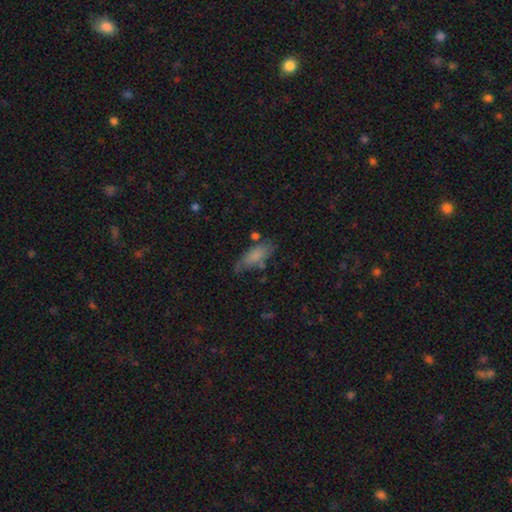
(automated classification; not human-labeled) A smooth galaxy with no disk features (74%) that is in between round and cigar-shaped (76%).

Vote fractions:
- Smooth or featured? smooth: 74% / featured or disk: 19% / star or artifact: 8%
- How rounded? in between: 76% / cigar-shaped: 21% / round: 2%
- Merging? none: 57% / minor disturbance: 27% / major disturbance: 9% / merger: 7%